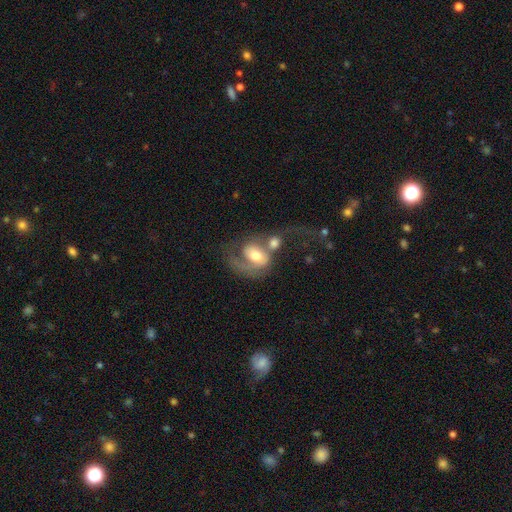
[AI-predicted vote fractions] Smooth or featured? featured or disk (61%)
Edge-on disk? no (96%)
Bar? no (55%)
Spiral arms? yes (79%)
Bulge size? moderate (61%)
Merging? merger (55%)